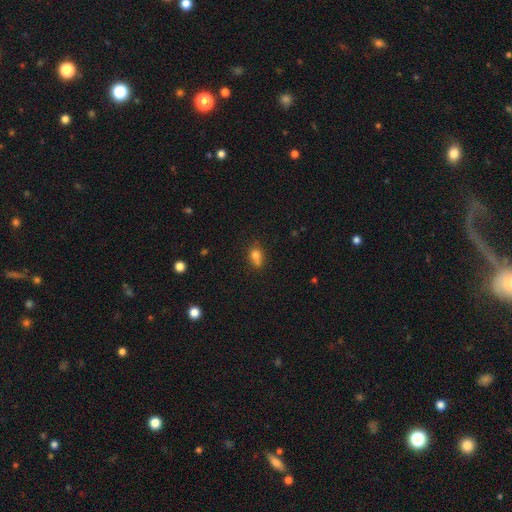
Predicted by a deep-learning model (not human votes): Q: Smooth or featured?
A: smooth (76%); runner-up: star or artifact (12%)
Q: How rounded?
A: in between (62%); runner-up: round (34%)
Q: Merging?
A: none (50%); runner-up: merger (22%)